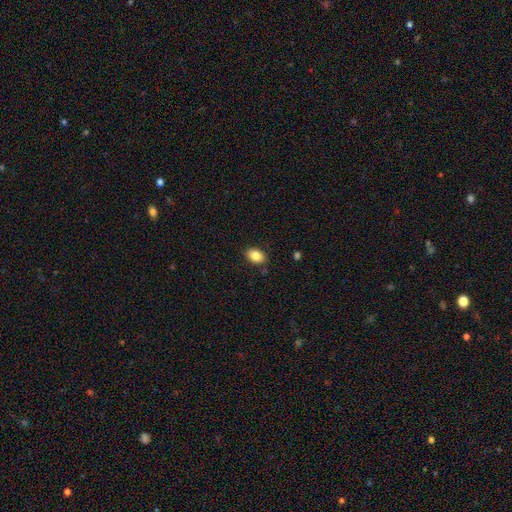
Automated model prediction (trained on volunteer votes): smooth 83%, star or artifact 8%, featured or disk 8%. Down the decision tree: how rounded — in between (82%); merging — none (86%).